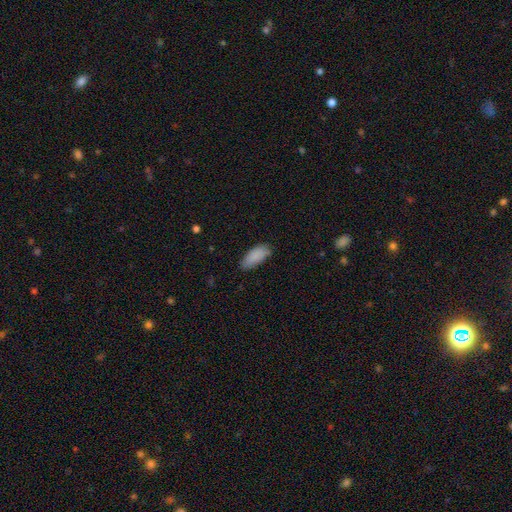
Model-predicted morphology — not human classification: Smooth or featured? smooth (88%)
How rounded? in between (86%)
Merging? none (77%)